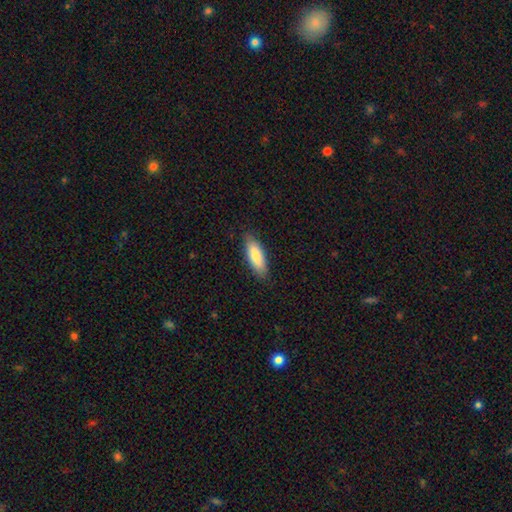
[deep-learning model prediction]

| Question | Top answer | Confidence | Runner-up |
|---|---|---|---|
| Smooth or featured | smooth | 83% | featured or disk (11%) |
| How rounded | in between | 62% | cigar-shaped (36%) |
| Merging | none | 86% | minor disturbance (11%) |